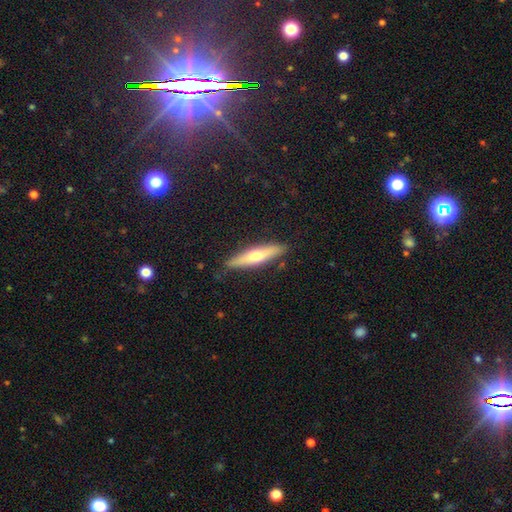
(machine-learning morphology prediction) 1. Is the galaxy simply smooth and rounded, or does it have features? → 47% smooth, 46% featured or disk, 6% star or artifact.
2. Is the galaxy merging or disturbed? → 86% none, 10% minor disturbance, 2% major disturbance, 1% merger.